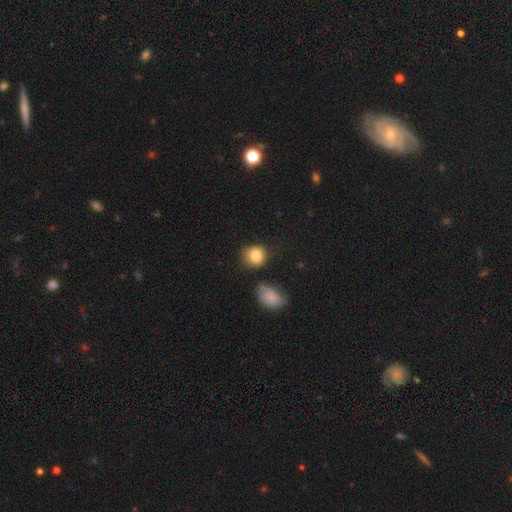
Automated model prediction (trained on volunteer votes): Morphology: type=smooth (84%); roundness=round (77%); merging=none (71%).